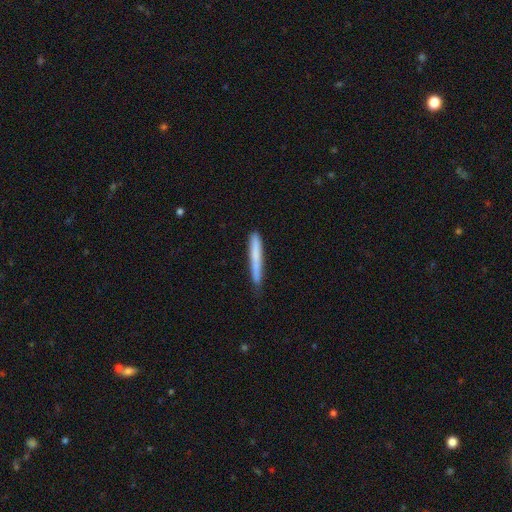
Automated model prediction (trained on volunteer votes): Morphology: type=smooth (70%); roundness=cigar-shaped (96%); merging=none (75%).